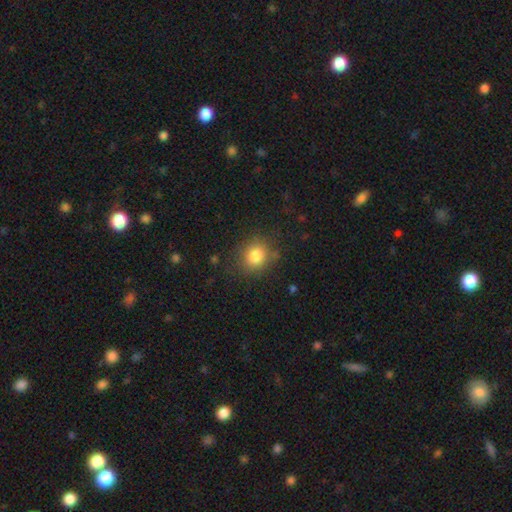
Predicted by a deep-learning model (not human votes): Smooth or featured? smooth (81%)
How rounded? round (79%)
Merging? none (81%)